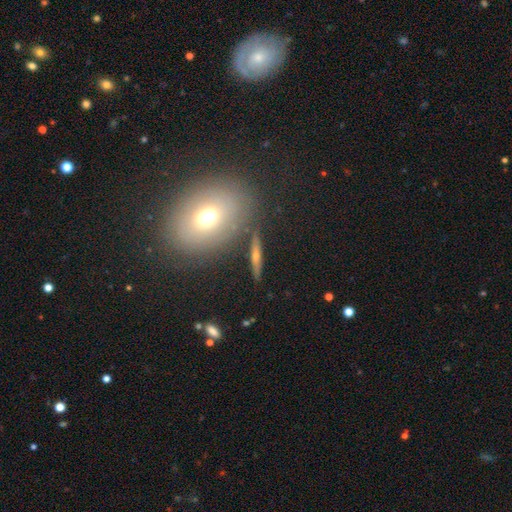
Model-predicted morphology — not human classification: type=smooth (48%); merging=none (80%).